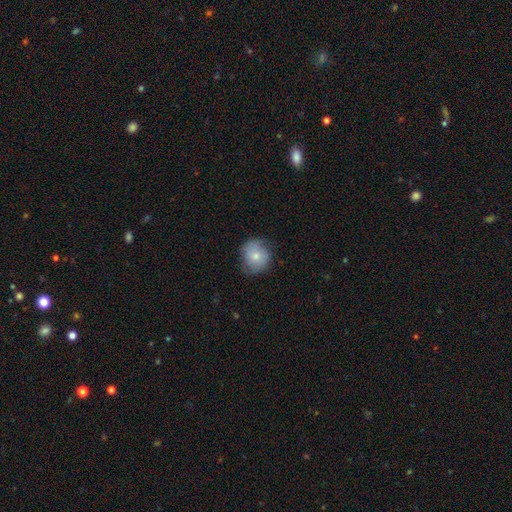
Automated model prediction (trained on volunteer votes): A smooth galaxy with no disk features (70%) that is round (81%). Merging: none (70%).